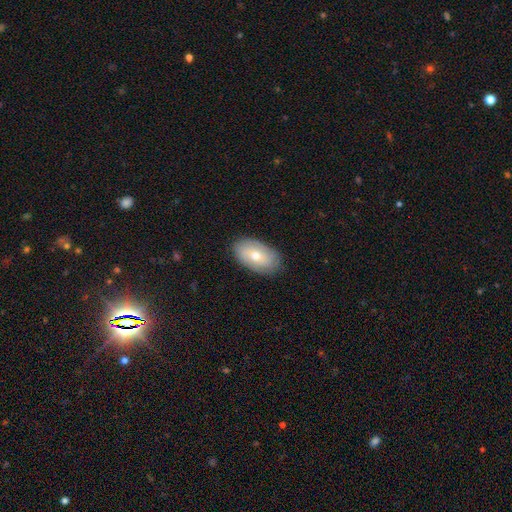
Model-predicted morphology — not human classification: A smooth galaxy with no disk features (60%) that is in between round and cigar-shaped (92%).

Vote fractions:
- Smooth or featured? smooth: 60% / featured or disk: 33% / star or artifact: 7%
- How rounded? in between: 92% / round: 6% / cigar-shaped: 2%
- Merging? none: 85% / minor disturbance: 11% / major disturbance: 3% / merger: 1%